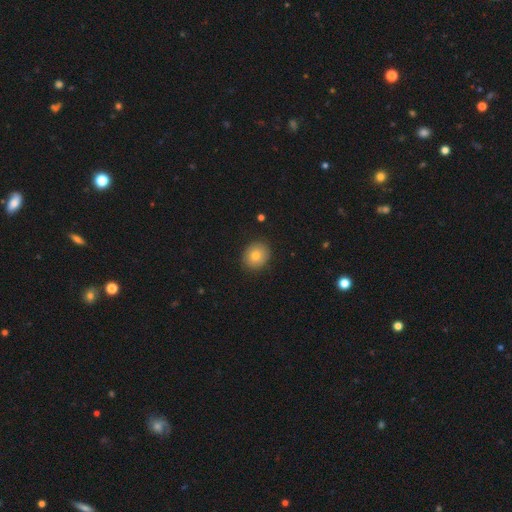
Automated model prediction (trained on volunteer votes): This is likely a smooth galaxy (78%). How rounded: likely round (76%). Merging: clearly none (89%).